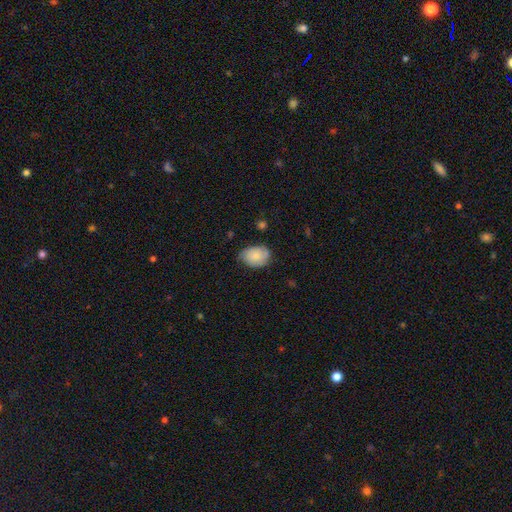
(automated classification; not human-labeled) Smooth or featured? Predicted: smooth (p=0.77). How rounded? Predicted: in between (p=0.70). Merging? Predicted: none (p=0.59).